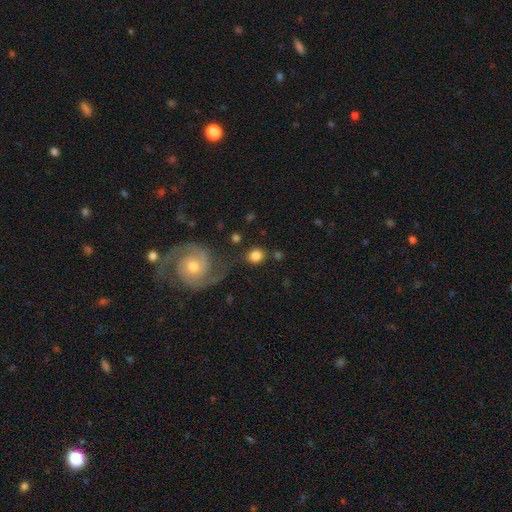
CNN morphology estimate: This is likely a smooth galaxy (78%). How rounded: clearly round (84%). Merging: likely none (72%).